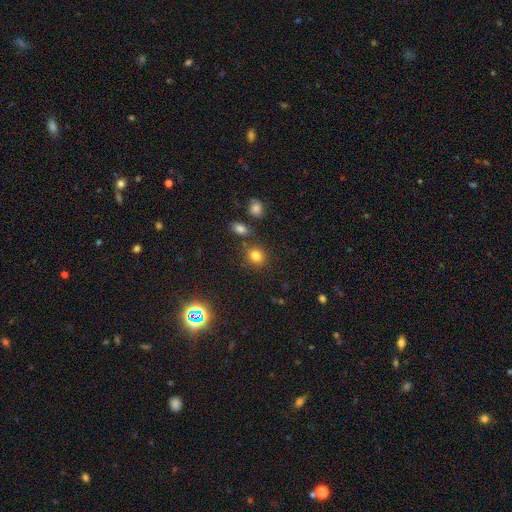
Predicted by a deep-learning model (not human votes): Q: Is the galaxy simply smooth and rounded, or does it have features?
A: smooth — 79%.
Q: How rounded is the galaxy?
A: round — 73%.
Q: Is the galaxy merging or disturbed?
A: none — 78%.